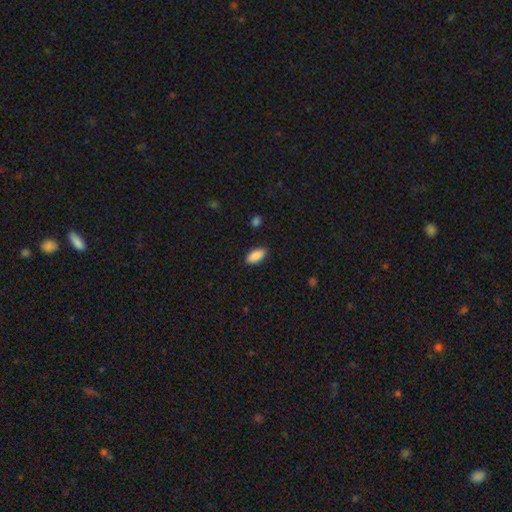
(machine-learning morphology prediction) The model was most divided on "merging": none: 88%, minor disturbance: 9%, major disturbance: 2%, merger: 1%. More confident: how rounded — in between (91%); smooth or featured — smooth (88%).